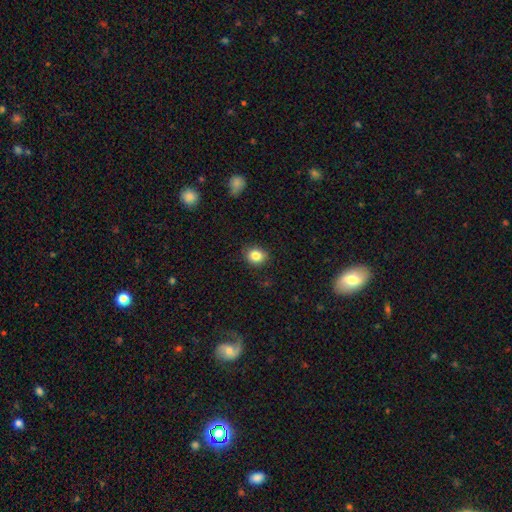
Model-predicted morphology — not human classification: Smooth or featured: smooth — 84% (star or artifact — 10%)
How rounded: round — 62% (in between — 37%)
Merging: none — 85% (minor disturbance — 11%)